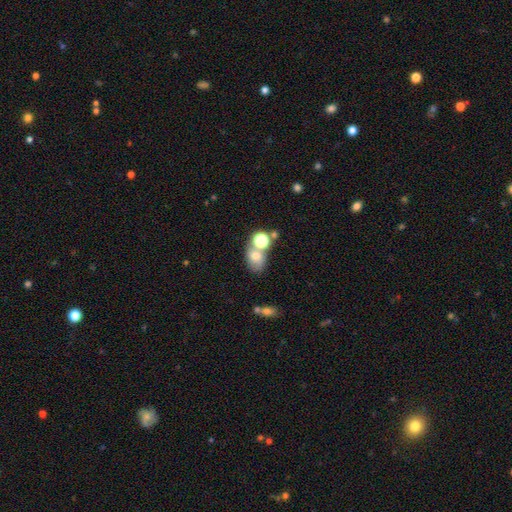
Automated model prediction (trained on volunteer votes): This is likely a smooth galaxy (66%). How rounded: possibly in between (60%). Merging: marginally none (40%, tied with merger).